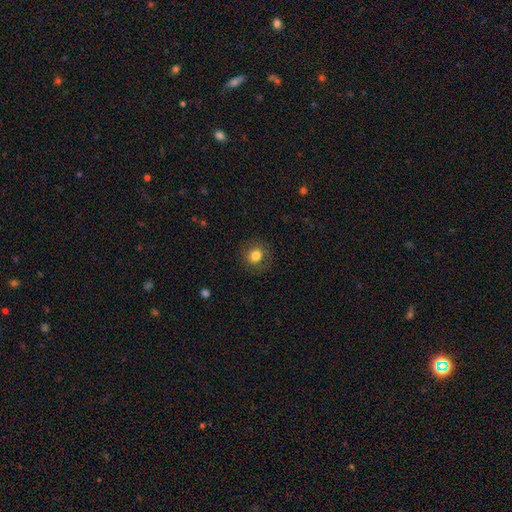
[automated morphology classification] Smooth or featured?
  - smooth: 80% *
  - star or artifact: 10%
  - featured or disk: 10%
How rounded?
  - round: 83% *
  - in between: 16%
  - cigar-shaped: 1%
Merging?
  - none: 87% *
  - minor disturbance: 9%
  - major disturbance: 4%
  - merger: 1%